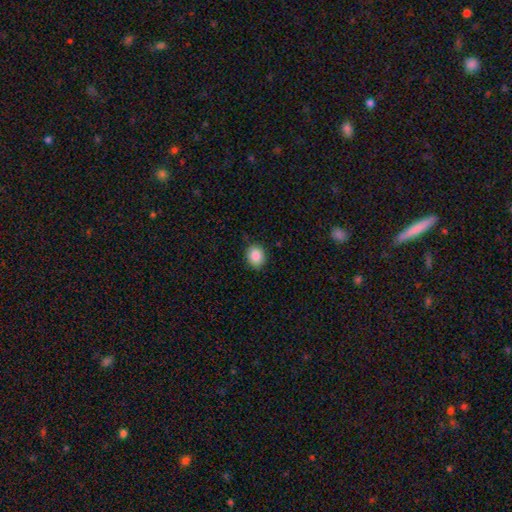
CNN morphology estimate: The model was most divided on "how rounded": round: 56%, in between: 43%, cigar-shaped: 1%. More confident: smooth or featured — smooth (88%); merging — none (86%).